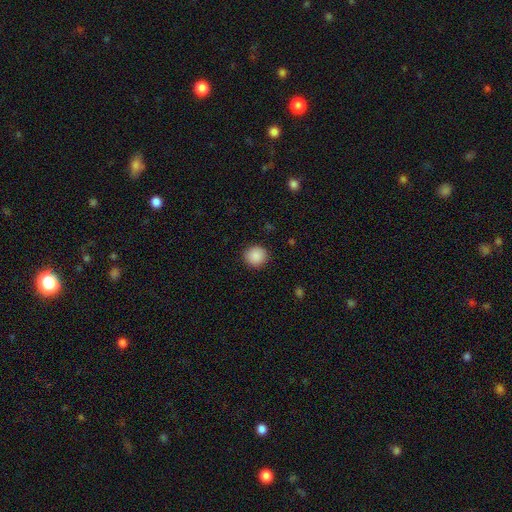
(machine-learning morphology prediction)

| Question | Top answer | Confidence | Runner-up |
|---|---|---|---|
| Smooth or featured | smooth | 89% | star or artifact (8%) |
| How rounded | round | 92% | in between (8%) |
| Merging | none | 91% | minor disturbance (6%) |